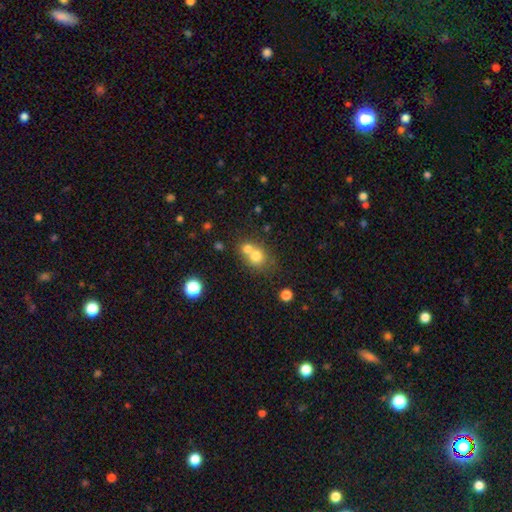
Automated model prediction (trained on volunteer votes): smooth-or-featured: smooth: 73% | featured or disk: 14% | star or artifact: 12%
  how-rounded: round: 77% | in between: 22% | cigar-shaped: 1%
  merging: merger: 54% | none: 37% | minor disturbance: 7% | major disturbance: 3%